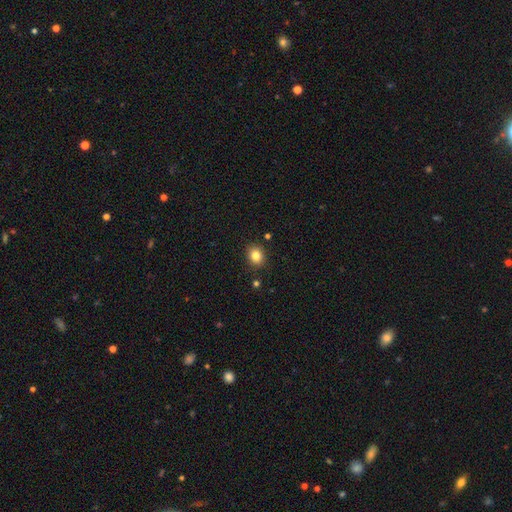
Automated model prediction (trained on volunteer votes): The model was most divided on "how rounded": round: 63%, in between: 36%, cigar-shaped: 1%. More confident: merging — none (87%); smooth or featured — smooth (83%).